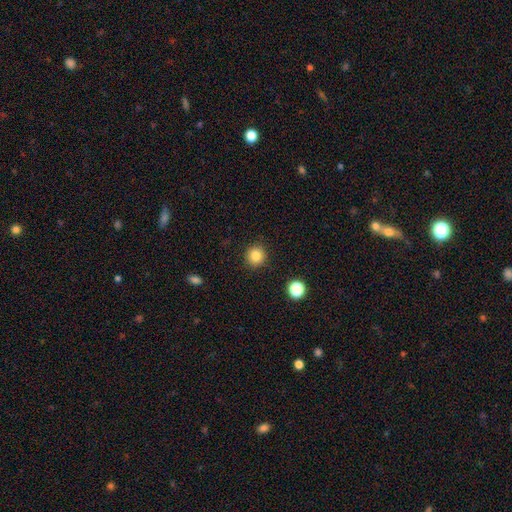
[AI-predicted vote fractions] Smooth or featured? Predicted: smooth (p=0.83). How rounded? Predicted: round (p=0.92). Merging? Predicted: none (p=0.90).